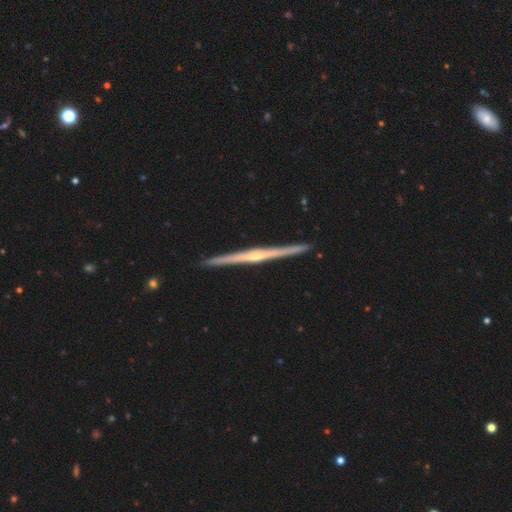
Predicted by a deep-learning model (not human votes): Morphology: type=featured or disk (83%); edge-on=yes (99%); edge-on bulge=rounded (65%); merging=none (93%).